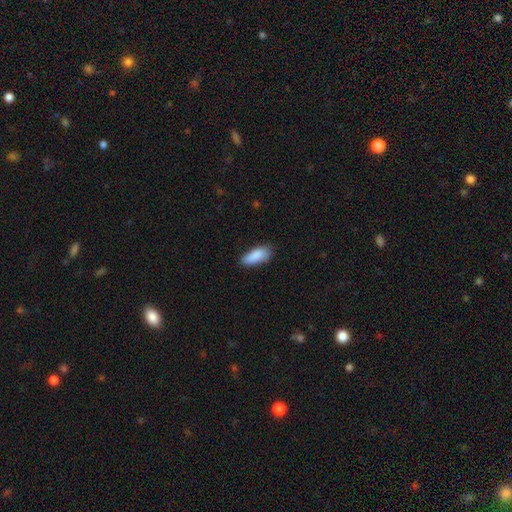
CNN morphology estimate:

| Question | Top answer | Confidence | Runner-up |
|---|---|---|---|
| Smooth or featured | smooth | 88% | star or artifact (6%) |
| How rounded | in between | 80% | cigar-shaped (18%) |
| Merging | none | 74% | minor disturbance (21%) |